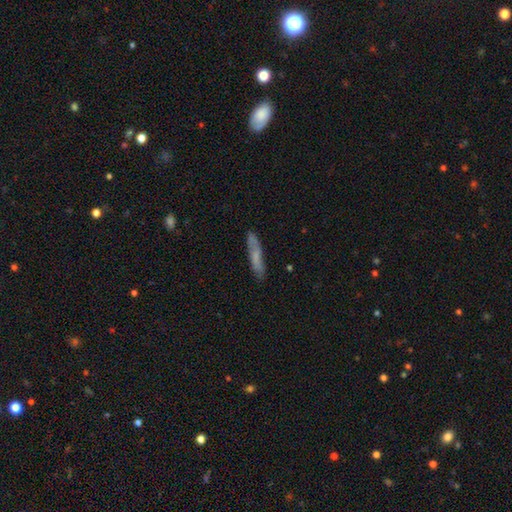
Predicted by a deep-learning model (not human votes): A smooth galaxy with no disk features (59%) that is cigar-shaped (88%). Merging: none (80%).